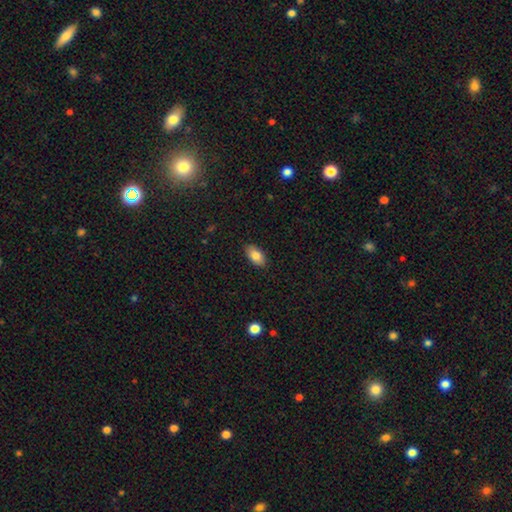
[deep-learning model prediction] Smooth or featured? smooth (83%)
How rounded? in between (92%)
Merging? none (88%)